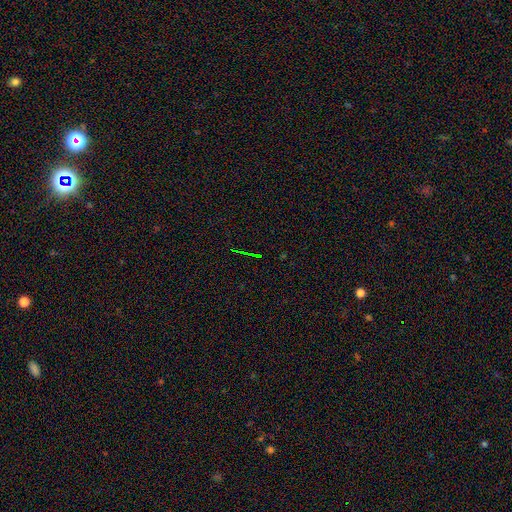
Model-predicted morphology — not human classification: smooth-or-featured: star or artifact: 75% | featured or disk: 12% | smooth: 12%